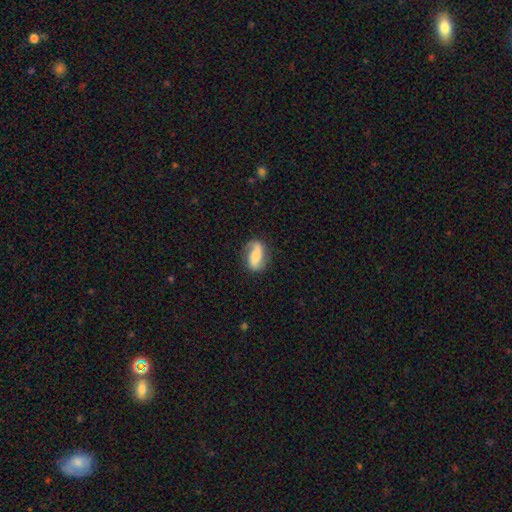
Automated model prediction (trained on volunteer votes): smooth_or_featured: featured or disk (p=0.59) [alt: smooth p=0.35]
disk_edge_on: no (p=0.92) [alt: yes p=0.08]
bar: strong (p=0.35) [tied with: no p=0.35]
has_spiral_arms: yes (p=0.87) [alt: no p=0.13]
bulge_size: moderate (p=0.46) [alt: small p=0.36]
merging: none (p=0.73) [alt: minor disturbance p=0.18]